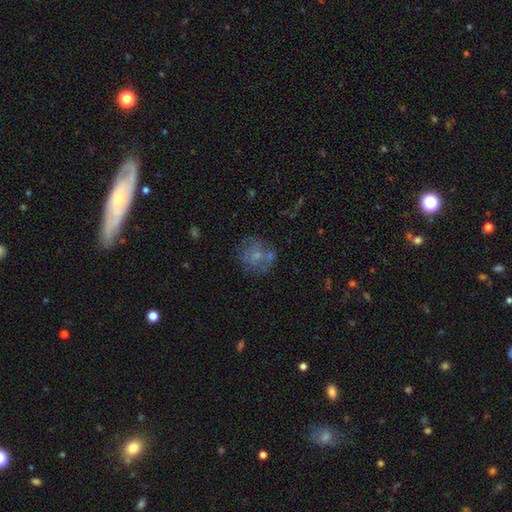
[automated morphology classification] Q: Smooth or featured?
A: smooth (53%); runner-up: featured or disk (37%)
Q: How rounded?
A: round (85%); runner-up: in between (14%)
Q: Merging?
A: none (56%); runner-up: minor disturbance (18%)